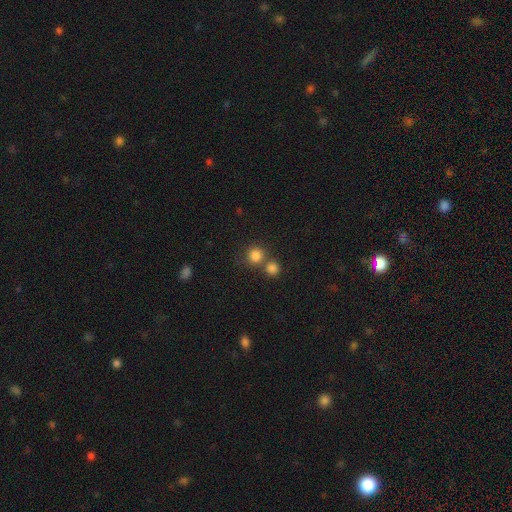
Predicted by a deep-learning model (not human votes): This appears to be a smooth galaxy with no disk features (83%) that is round (90%). Merging: none (58%).